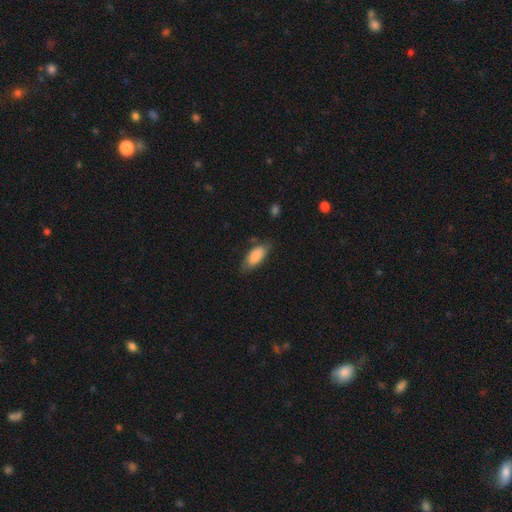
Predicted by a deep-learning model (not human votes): Morphology: type=smooth (86%); roundness=in between (88%); merging=none (69%).